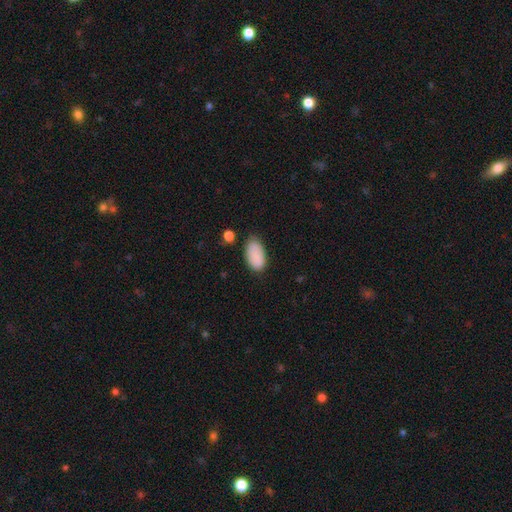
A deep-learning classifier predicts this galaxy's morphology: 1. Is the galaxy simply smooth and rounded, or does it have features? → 88% smooth, 7% star or artifact, 5% featured or disk.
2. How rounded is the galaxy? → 94% in between, 3% round, 3% cigar-shaped.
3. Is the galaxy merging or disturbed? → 71% none, 21% minor disturbance, 5% major disturbance, 3% merger.